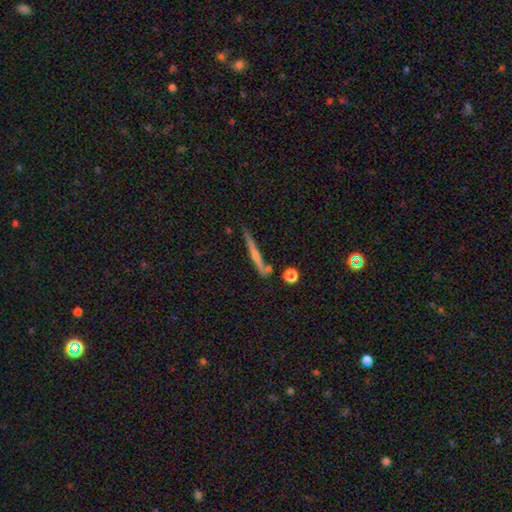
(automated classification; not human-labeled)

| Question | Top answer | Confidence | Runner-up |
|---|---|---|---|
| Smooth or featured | featured or disk | 53% | smooth (39%) |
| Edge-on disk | yes | 95% | no (5%) |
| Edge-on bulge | rounded | 46% | none (45%) |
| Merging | none | 75% | minor disturbance (14%) |